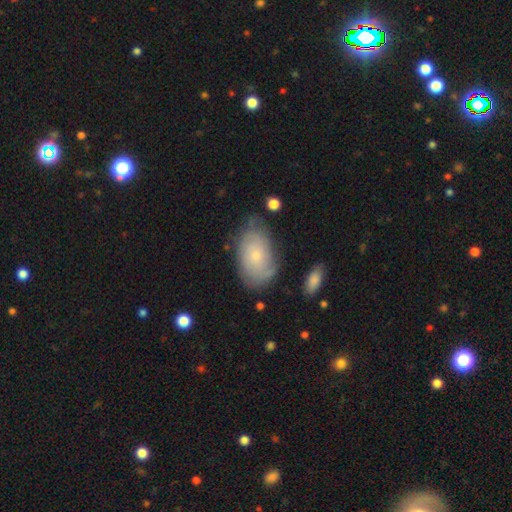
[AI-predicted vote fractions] Smooth or featured?
  - featured or disk: 47% *
  - smooth: 45%
  - star or artifact: 7%
Merging?
  - none: 66% *
  - minor disturbance: 24%
  - major disturbance: 7%
  - merger: 3%